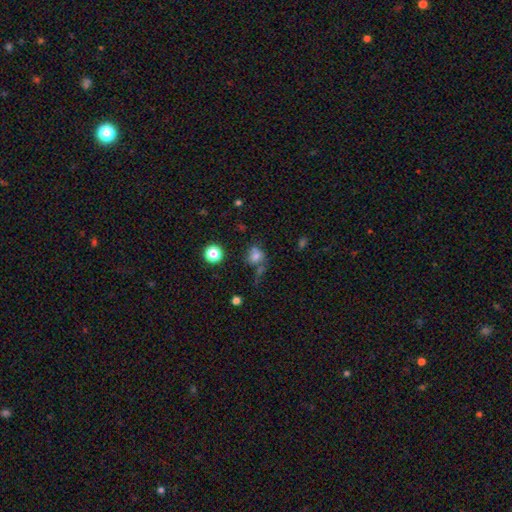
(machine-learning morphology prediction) Smooth or featured? smooth (72%)
How rounded? round (68%)
Merging? none (52%)